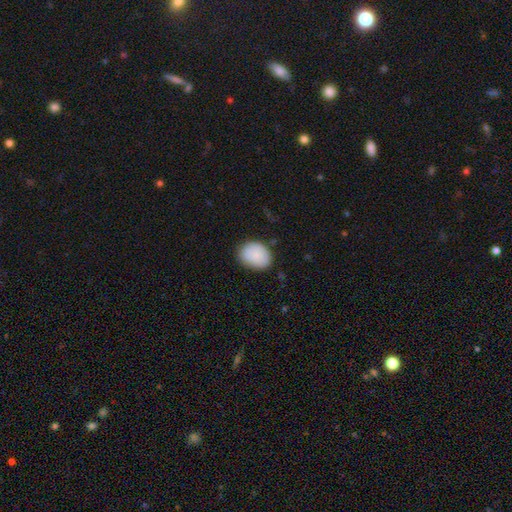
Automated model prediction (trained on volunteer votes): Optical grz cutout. It shows a smooth galaxy with no disk features (86%) that is in between round and cigar-shaped (66%). Merging: none (77%).